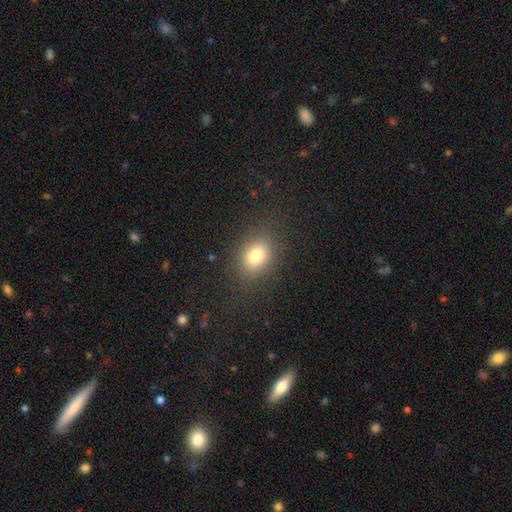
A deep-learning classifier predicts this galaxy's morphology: Smooth or featured?
  - smooth: 79% *
  - star or artifact: 12%
  - featured or disk: 9%
How rounded?
  - in between: 67% *
  - round: 32%
  - cigar-shaped: 2%
Merging?
  - none: 83% *
  - minor disturbance: 11%
  - major disturbance: 5%
  - merger: 1%